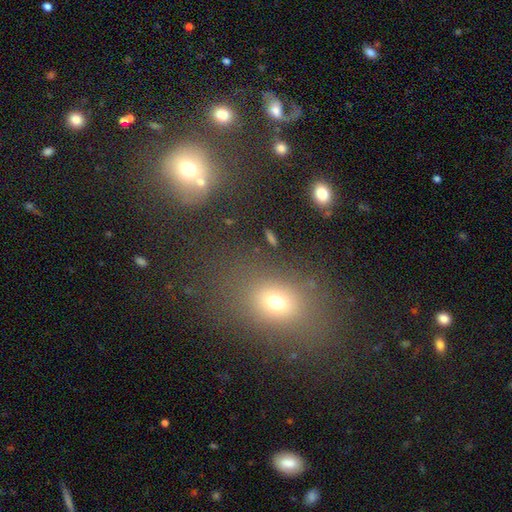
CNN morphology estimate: type=smooth (60%); roundness=in between (57%); merging=none (75%).